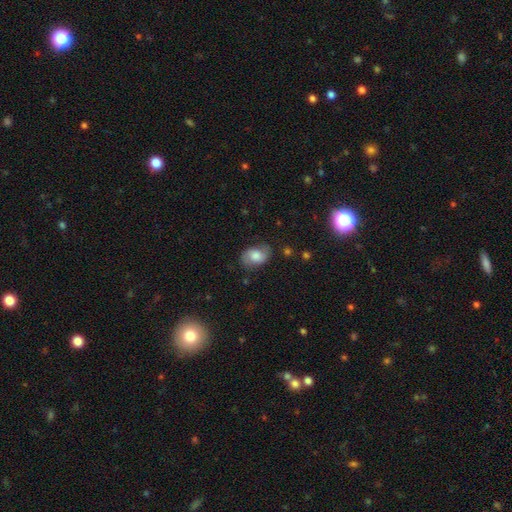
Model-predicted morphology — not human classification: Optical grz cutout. It shows a smooth galaxy with no disk features (62%) that is in between round and cigar-shaped (76%). Merging: none (71%).